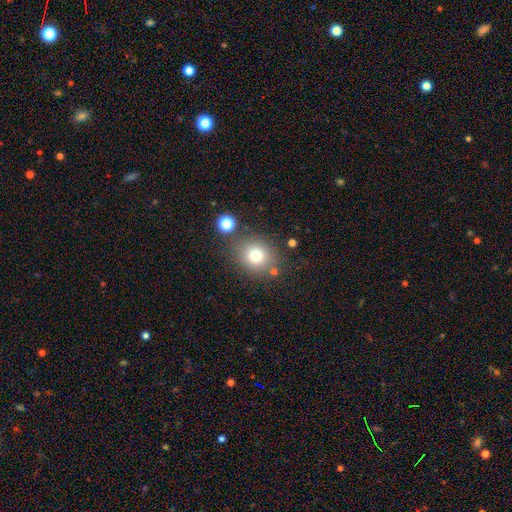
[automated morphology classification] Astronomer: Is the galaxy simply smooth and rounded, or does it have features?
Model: smooth — 76%.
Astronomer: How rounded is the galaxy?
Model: round — 79%.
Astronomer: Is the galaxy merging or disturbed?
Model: none — 77%.